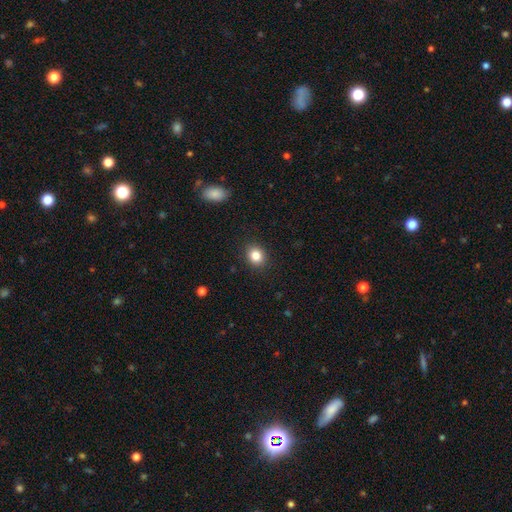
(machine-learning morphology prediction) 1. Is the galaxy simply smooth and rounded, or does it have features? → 84% smooth, 10% star or artifact, 6% featured or disk.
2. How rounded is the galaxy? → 69% round, 30% in between, 1% cigar-shaped.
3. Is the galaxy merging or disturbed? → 90% none, 7% minor disturbance, 2% major disturbance, 1% merger.